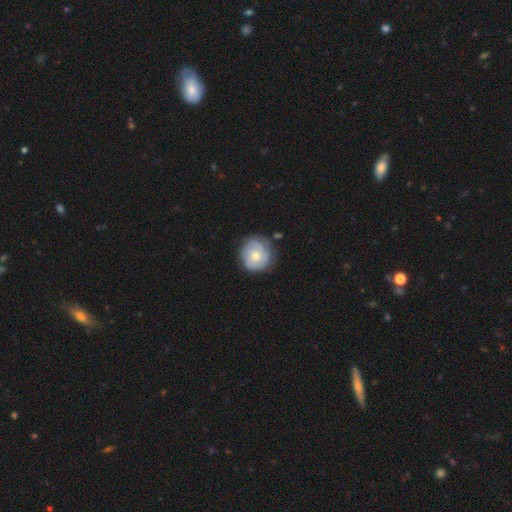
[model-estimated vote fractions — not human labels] A featured or disk galaxy (54%) with no bar (82%), spiral arms (76%) and a moderate central bulge (56%).

Vote fractions:
- Smooth or featured? featured or disk: 54% / smooth: 40% / star or artifact: 6%
- Edge-on disk? no: 98% / yes: 2%
- Bar? no: 82% / weak: 16% / strong: 3%
- Spiral arms? yes: 76% / no: 24%
- Bulge size? moderate: 56% / small: 40% / large: 2% / none: 1% / dominant: 1%
- Merging? none: 73% / minor disturbance: 19% / major disturbance: 6% / merger: 2%